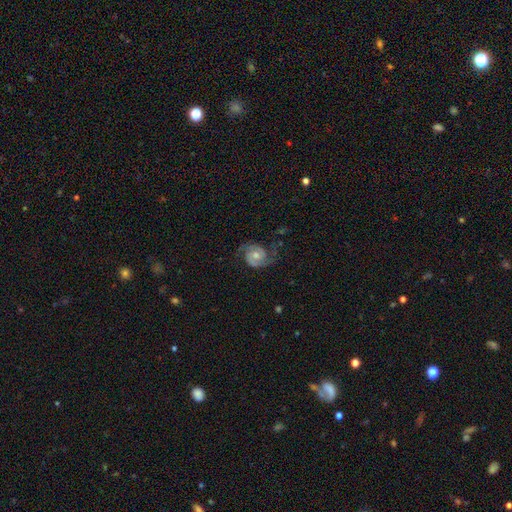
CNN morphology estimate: This appears to be a featured or disk galaxy (89%) with no bar (63%), 2 (92%) medium (49%) spiral arms (98%) and a moderate central bulge (65%). Merging: none (72%).